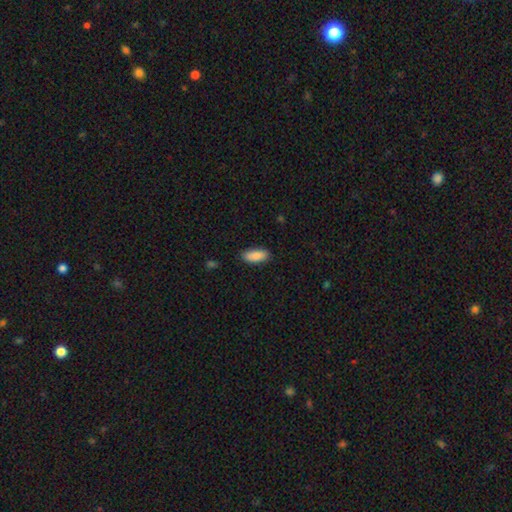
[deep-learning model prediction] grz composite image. It shows a smooth galaxy with no disk features (89%) that is in between round and cigar-shaped (82%). Merging: none (87%).